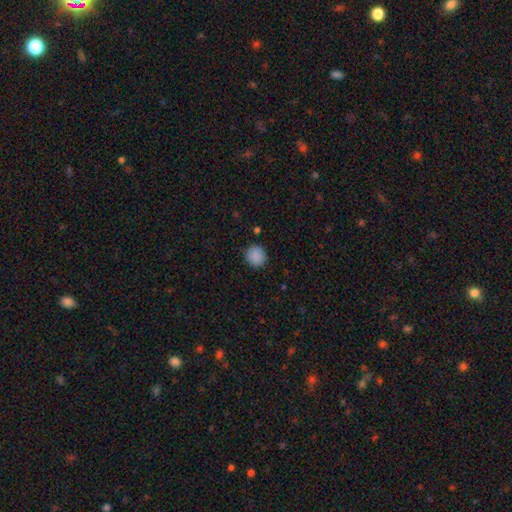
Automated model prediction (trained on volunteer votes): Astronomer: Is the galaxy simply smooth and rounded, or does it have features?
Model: smooth — 89%.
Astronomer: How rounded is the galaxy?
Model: round — 91%.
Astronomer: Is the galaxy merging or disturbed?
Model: none — 89%.